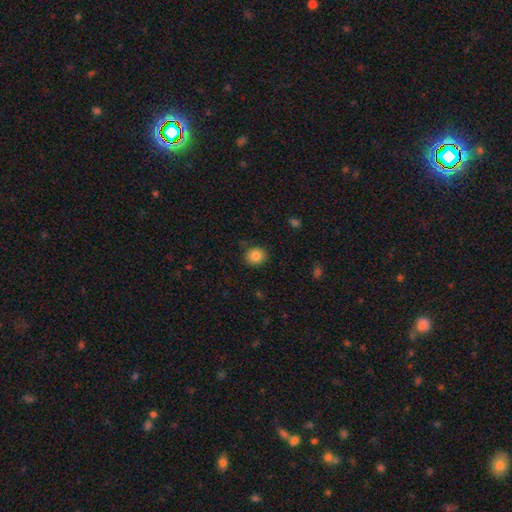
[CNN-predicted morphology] A smooth galaxy with no disk features (84%) that is round (81%).

Vote fractions:
- Smooth or featured? smooth: 84% / star or artifact: 10% / featured or disk: 6%
- How rounded? round: 81% / in between: 18% / cigar-shaped: 1%
- Merging? none: 86% / minor disturbance: 10% / major disturbance: 2% / merger: 1%